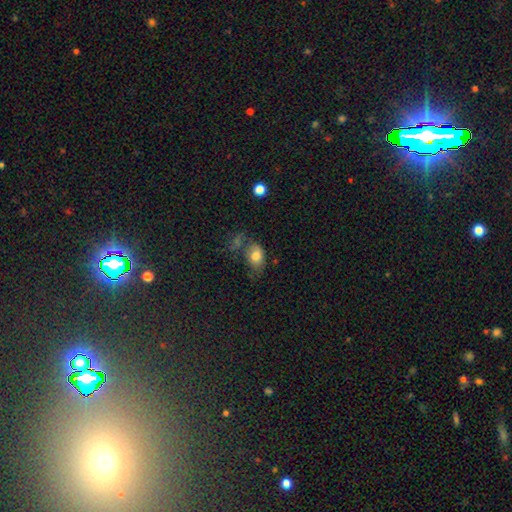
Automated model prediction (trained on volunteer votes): Q: Smooth or featured?
A: smooth (76%); runner-up: featured or disk (15%)
Q: How rounded?
A: in between (80%); runner-up: round (18%)
Q: Merging?
A: none (42%); runner-up: minor disturbance (26%)